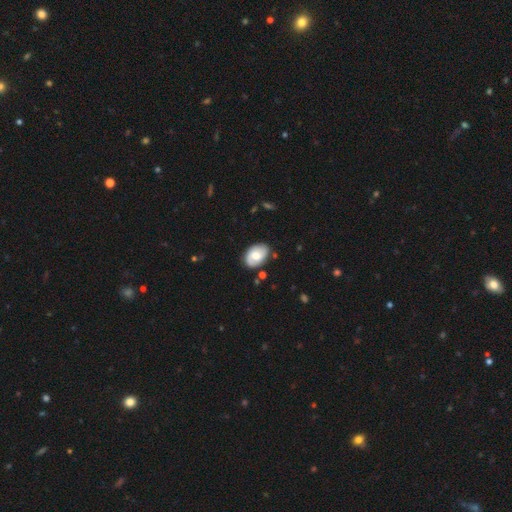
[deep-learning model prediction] A featured or disk galaxy (49%).

Vote fractions:
- Smooth or featured? featured or disk: 49% / smooth: 44% / star or artifact: 7%
- Merging? none: 79% / minor disturbance: 15% / major disturbance: 4% / merger: 2%